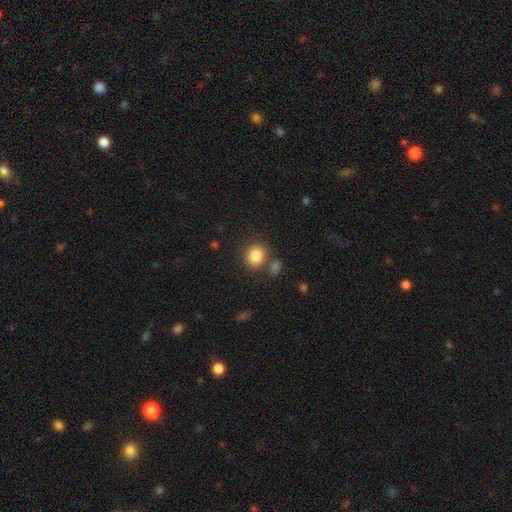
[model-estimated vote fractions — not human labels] Smooth or featured: smooth — 85% (star or artifact — 9%)
How rounded: round — 79% (in between — 20%)
Merging: none — 71% (merger — 13%)